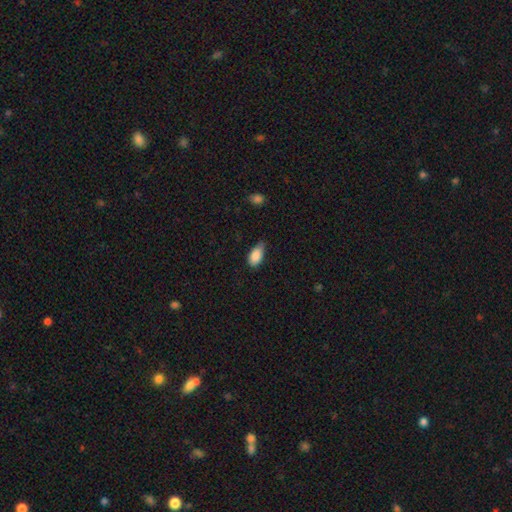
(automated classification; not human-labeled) A smooth galaxy with no disk features (87%) that is in between round and cigar-shaped (92%).

Vote fractions:
- Smooth or featured? smooth: 87% / star or artifact: 7% / featured or disk: 5%
- How rounded? in between: 92% / cigar-shaped: 4% / round: 4%
- Merging? none: 53% / minor disturbance: 39% / major disturbance: 7% / merger: 2%